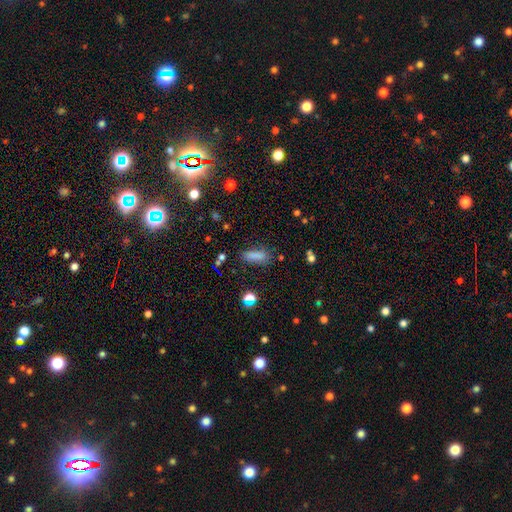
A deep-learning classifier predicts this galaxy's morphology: Smooth or featured?
  - smooth: 78% *
  - star or artifact: 13%
  - featured or disk: 9%
How rounded?
  - in between: 52% *
  - cigar-shaped: 44%
  - round: 4%
Merging?
  - none: 68% *
  - minor disturbance: 19%
  - major disturbance: 8%
  - merger: 5%